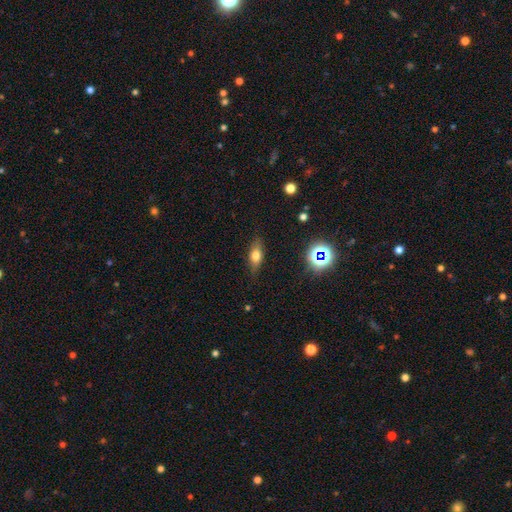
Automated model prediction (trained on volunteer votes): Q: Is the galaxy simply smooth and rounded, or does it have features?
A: smooth — 66%.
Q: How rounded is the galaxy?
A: in between — 72%.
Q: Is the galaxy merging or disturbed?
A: none — 82%.